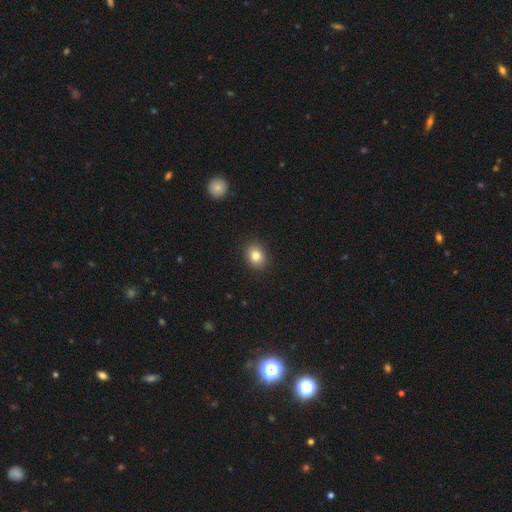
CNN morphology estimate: Smooth or featured? Predicted: smooth (p=0.81). How rounded? Predicted: round (p=0.56). Merging? Predicted: none (p=0.90).